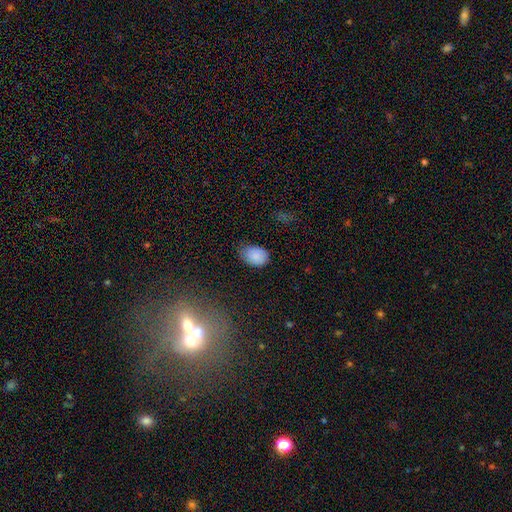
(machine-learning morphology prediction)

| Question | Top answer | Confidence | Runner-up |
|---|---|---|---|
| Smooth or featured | smooth | 84% | star or artifact (8%) |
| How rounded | in between | 82% | round (17%) |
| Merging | none | 59% | minor disturbance (33%) |